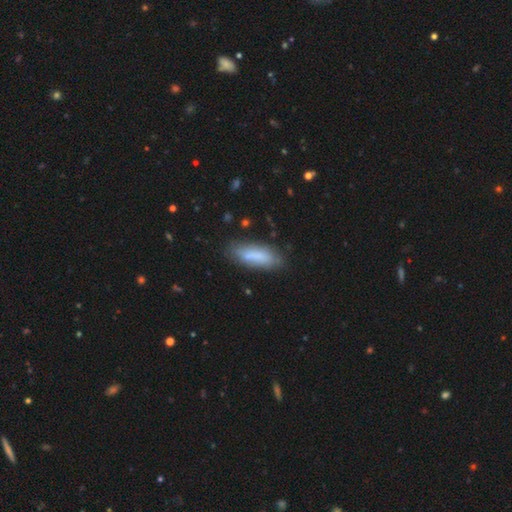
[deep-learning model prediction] Smooth or featured?
  - smooth: 77% *
  - featured or disk: 16%
  - star or artifact: 7%
How rounded?
  - in between: 59% *
  - cigar-shaped: 39%
  - round: 2%
Merging?
  - none: 74% *
  - minor disturbance: 19%
  - major disturbance: 5%
  - merger: 3%